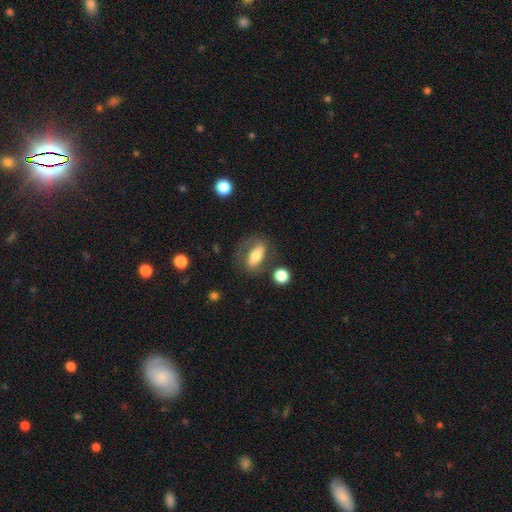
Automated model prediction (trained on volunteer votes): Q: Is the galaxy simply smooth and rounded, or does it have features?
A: smooth — 53%.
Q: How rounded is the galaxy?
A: in between — 78%.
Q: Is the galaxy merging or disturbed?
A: none — 61%.